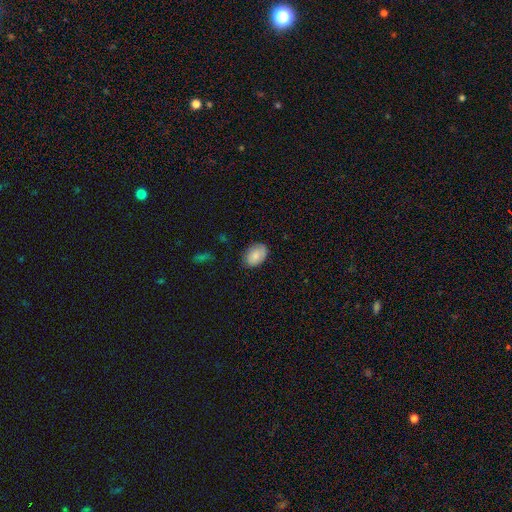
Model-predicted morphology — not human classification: Smooth or featured? smooth (82%)
How rounded? in between (85%)
Merging? none (78%)